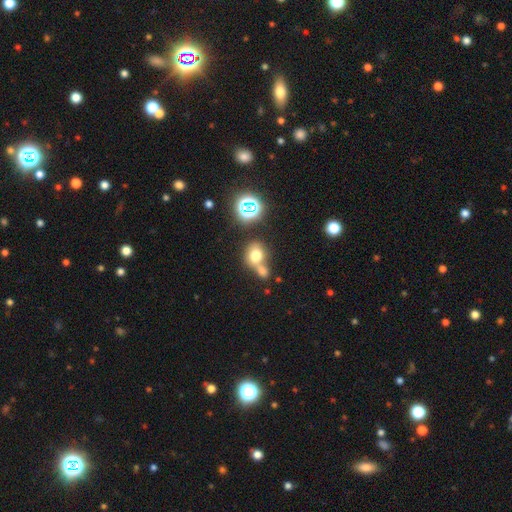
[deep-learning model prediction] smooth-or-featured: smooth: 69% | star or artifact: 18% | featured or disk: 14%
  how-rounded: round: 63% | in between: 35% | cigar-shaped: 1%
  merging: merger: 49% | none: 36% | minor disturbance: 10% | major disturbance: 5%